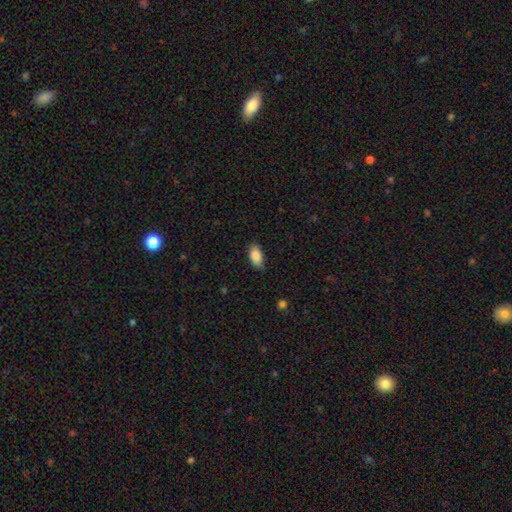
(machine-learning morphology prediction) smooth 89%, star or artifact 7%, featured or disk 4%. Down the decision tree: how rounded — in between (92%); merging — none (81%).